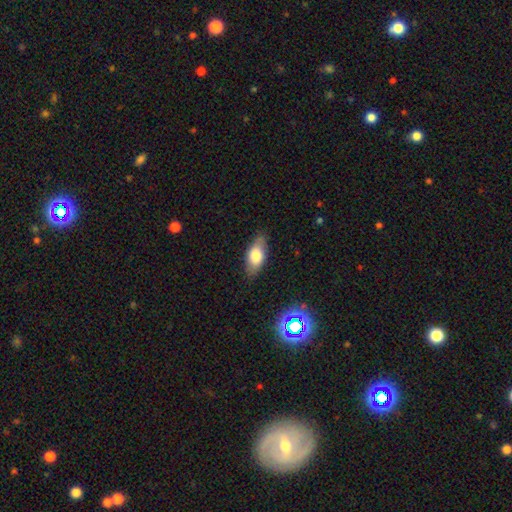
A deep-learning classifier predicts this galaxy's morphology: Smooth or featured?
  - smooth: 70% *
  - featured or disk: 22%
  - star or artifact: 8%
How rounded?
  - in between: 85% *
  - cigar-shaped: 11%
  - round: 5%
Merging?
  - none: 80% *
  - minor disturbance: 16%
  - major disturbance: 3%
  - merger: 1%